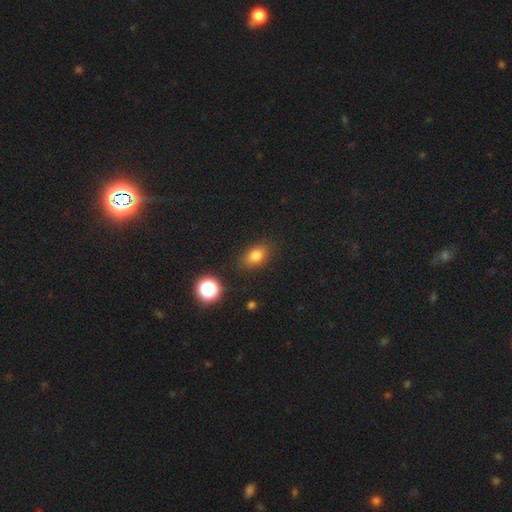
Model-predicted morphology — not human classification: This is likely a smooth galaxy (78%). How rounded: likely in between (75%). Merging: clearly none (85%).